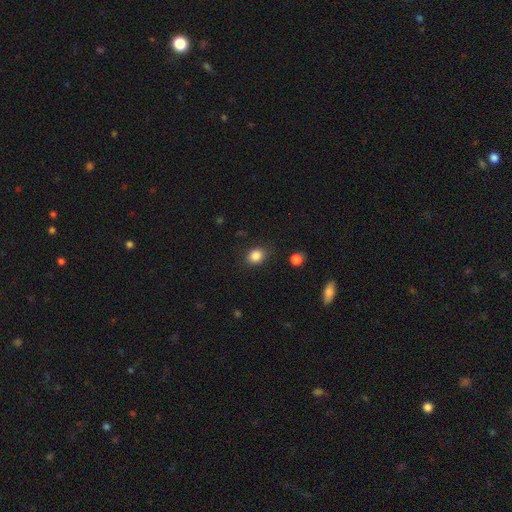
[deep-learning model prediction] Q: Smooth or featured?
A: smooth (86%); runner-up: star or artifact (10%)
Q: How rounded?
A: round (61%); runner-up: in between (38%)
Q: Merging?
A: none (82%); runner-up: minor disturbance (12%)